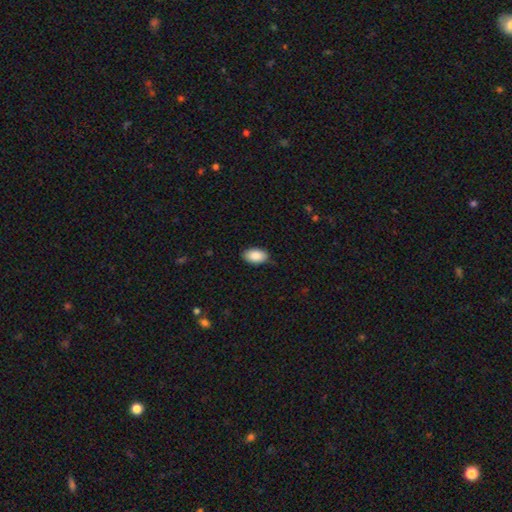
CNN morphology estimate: smooth_or_featured: smooth (p=0.89) [alt: star or artifact p=0.06]
how_rounded: in between (p=0.94) [alt: round p=0.05]
merging: none (p=0.86) [alt: minor disturbance p=0.11]